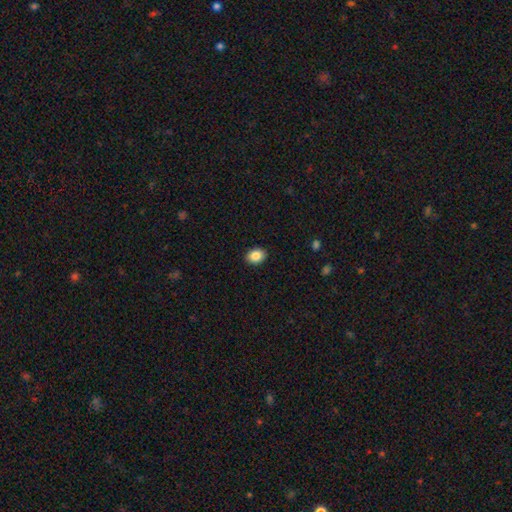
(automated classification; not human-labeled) smooth-or-featured: smooth: 87% | star or artifact: 8% | featured or disk: 5%
  how-rounded: in between: 68% | round: 31% | cigar-shaped: 1%
  merging: none: 90% | minor disturbance: 7% | major disturbance: 2% | merger: 1%